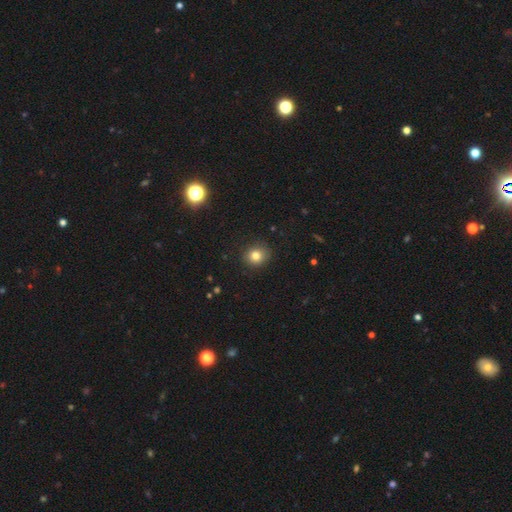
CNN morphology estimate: Smooth or featured? Predicted: smooth (p=0.80). How rounded? Predicted: round (p=0.78). Merging? Predicted: none (p=0.88).